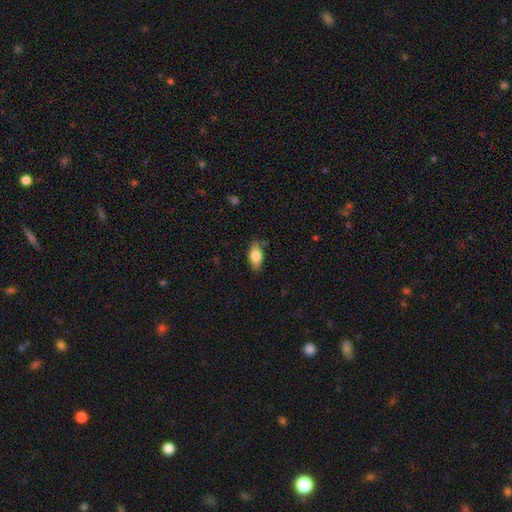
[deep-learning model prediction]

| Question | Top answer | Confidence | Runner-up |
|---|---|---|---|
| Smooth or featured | smooth | 74% | featured or disk (19%) |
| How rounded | in between | 85% | cigar-shaped (11%) |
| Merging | none | 83% | minor disturbance (13%) |